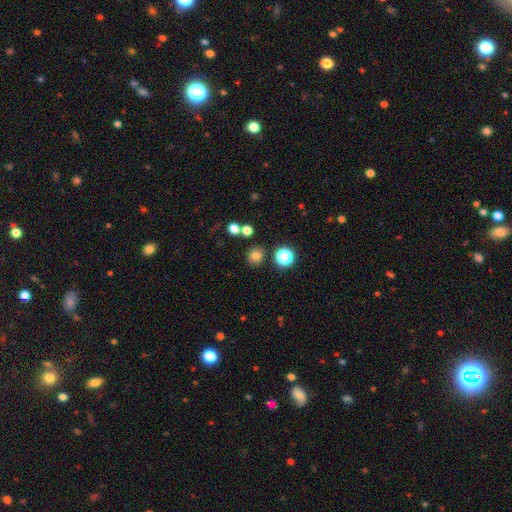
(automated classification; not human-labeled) Smooth or featured? Predicted: smooth (p=0.77). How rounded? Predicted: round (p=0.87). Merging? Predicted: none (p=0.83).